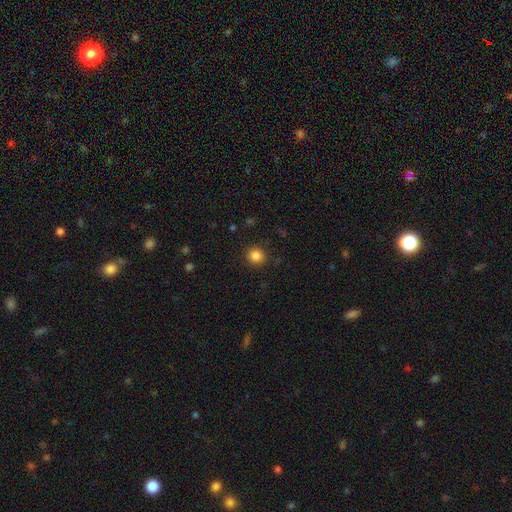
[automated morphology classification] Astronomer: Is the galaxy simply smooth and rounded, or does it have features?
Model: smooth — 84%.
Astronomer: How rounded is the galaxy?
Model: round — 91%.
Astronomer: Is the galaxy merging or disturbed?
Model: none — 90%.